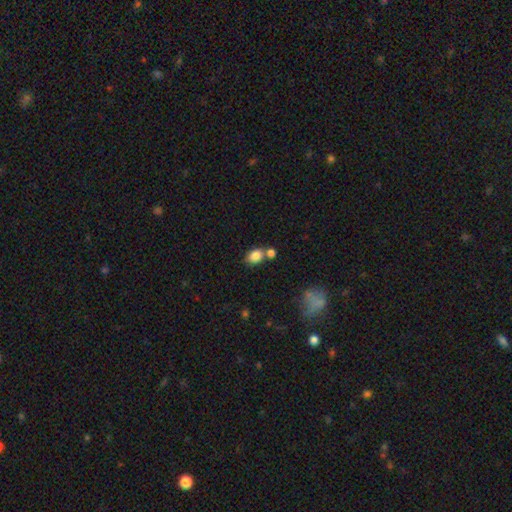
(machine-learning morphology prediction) A smooth galaxy with no disk features (84%) that is in between round and cigar-shaped (68%).

Vote fractions:
- Smooth or featured? smooth: 84% / star or artifact: 9% / featured or disk: 7%
- How rounded? in between: 68% / round: 31% / cigar-shaped: 1%
- Merging? none: 57% / merger: 28% / minor disturbance: 12% / major disturbance: 4%